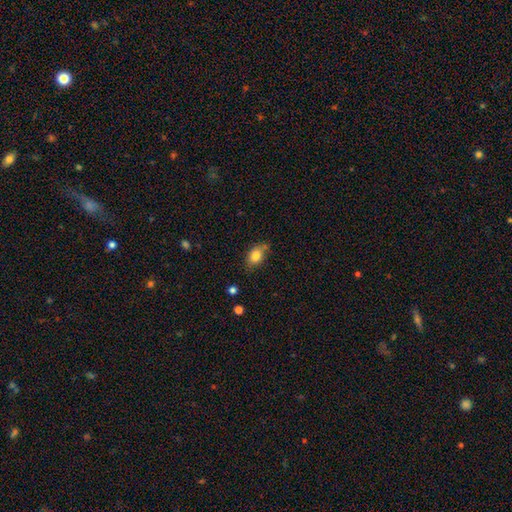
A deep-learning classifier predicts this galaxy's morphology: This appears to be a smooth galaxy with no disk features (82%) that is in between round and cigar-shaped (79%). Merging: none (67%).